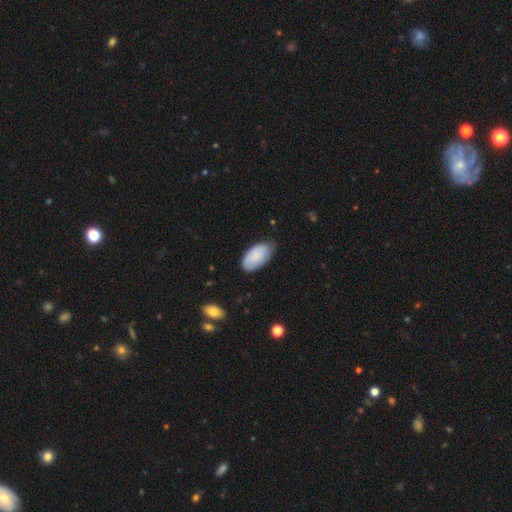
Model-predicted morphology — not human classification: smooth 80%, featured or disk 14%, star or artifact 6%. Down the decision tree: how rounded — in between (95%); merging — none (66%).